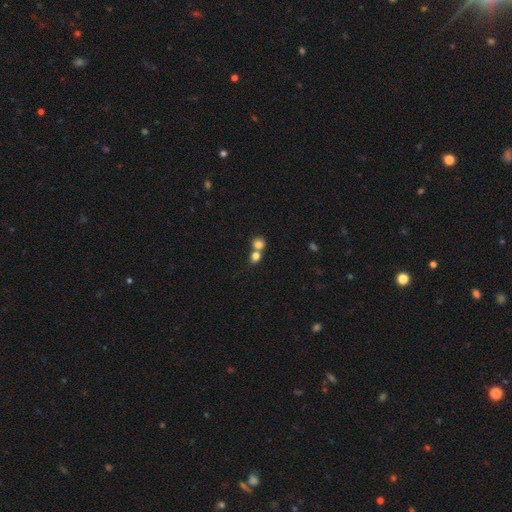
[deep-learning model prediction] Morphology: type=smooth (79%); roundness=round (72%); merging=merger (51%).